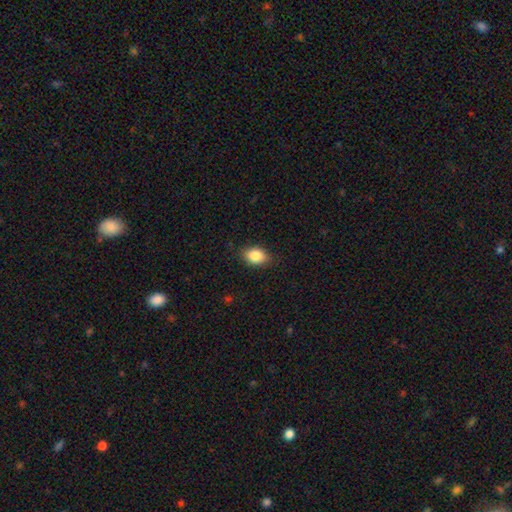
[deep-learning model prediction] The model was most divided on "how rounded": in between: 78%, round: 21%, cigar-shaped: 1%. More confident: smooth or featured — smooth (86%); merging — none (84%).